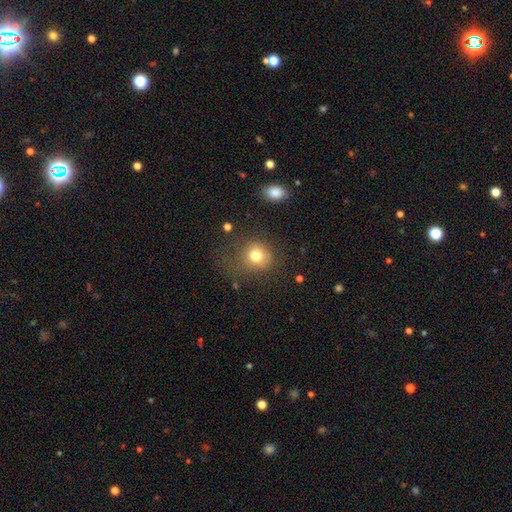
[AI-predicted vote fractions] Morphology: type=smooth (77%); roundness=round (80%); merging=none (63%).